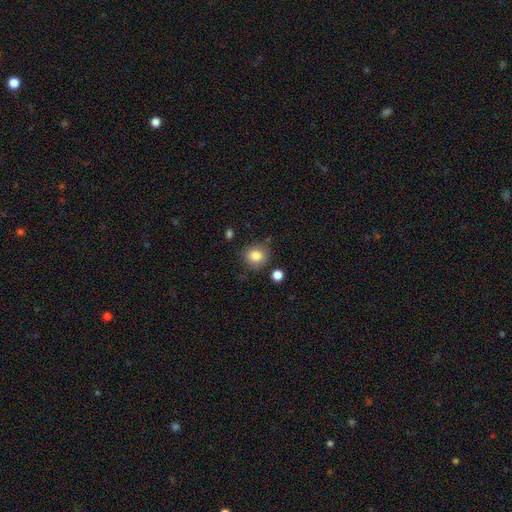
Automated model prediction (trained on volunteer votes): smooth-or-featured: smooth: 84% | star or artifact: 10% | featured or disk: 6%
  how-rounded: round: 81% | in between: 18% | cigar-shaped: 1%
  merging: none: 79% | minor disturbance: 13% | merger: 4% | major disturbance: 4%